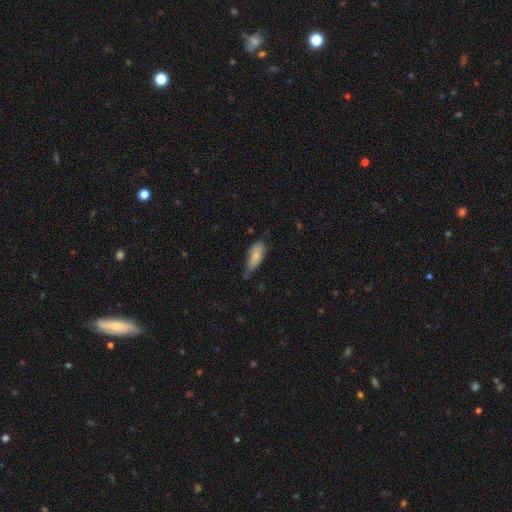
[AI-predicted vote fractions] Overall: smooth (73%). How rounded: in between (75%). Merging: minor disturbance (45%; none 36%).